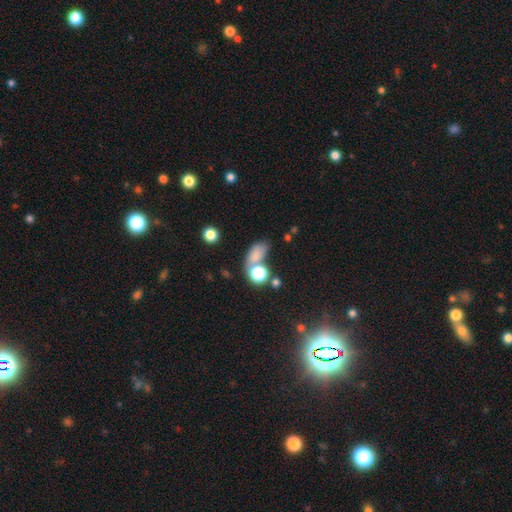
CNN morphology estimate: A smooth galaxy with no disk features (75%) that is in between round and cigar-shaped (75%). Merging: none (37%).